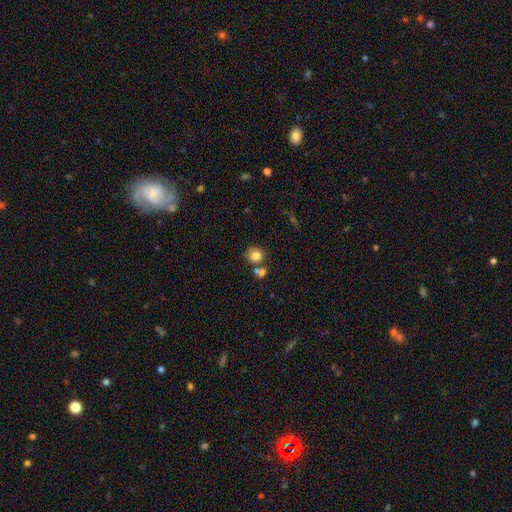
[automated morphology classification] type=smooth (82%); roundness=round (87%); merging=none (64%).